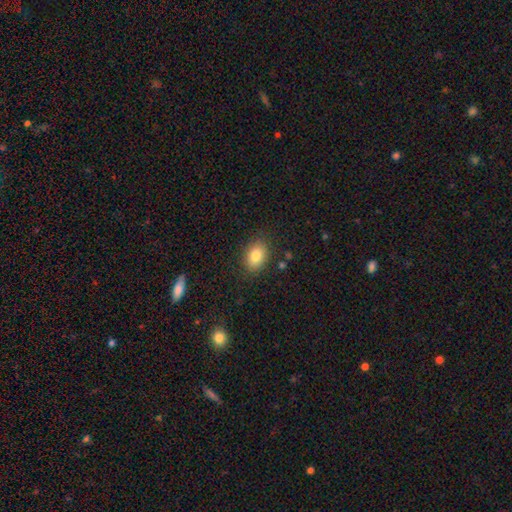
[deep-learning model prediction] A smooth galaxy with no disk features (83%) that is in between round and cigar-shaped (78%). Merging: none (84%).